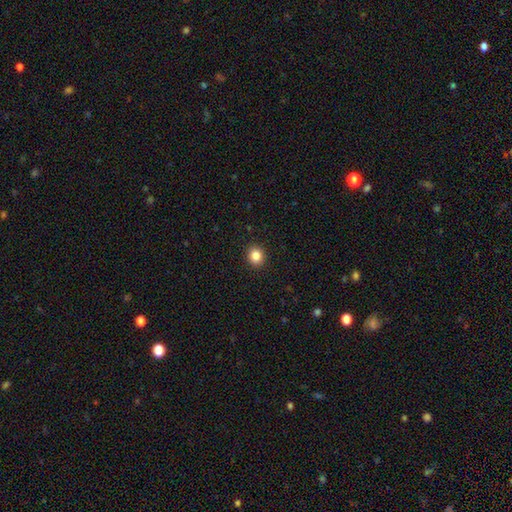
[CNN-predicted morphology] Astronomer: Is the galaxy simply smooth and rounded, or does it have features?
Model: smooth — 85%.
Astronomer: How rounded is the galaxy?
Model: round — 78%.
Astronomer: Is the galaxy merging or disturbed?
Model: none — 92%.